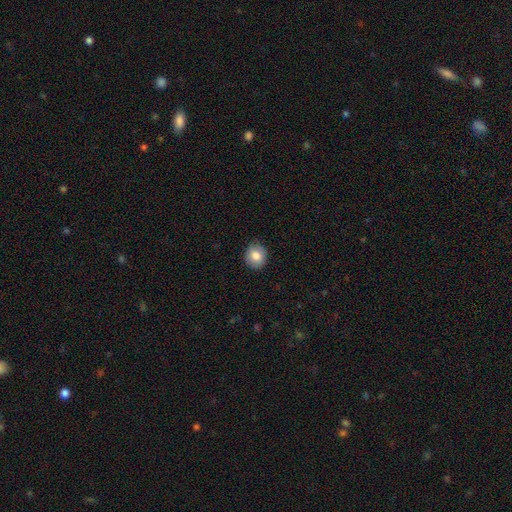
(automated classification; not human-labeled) Smooth or featured: smooth — 82% (featured or disk — 10%)
How rounded: round — 84% (in between — 15%)
Merging: none — 89% (minor disturbance — 9%)